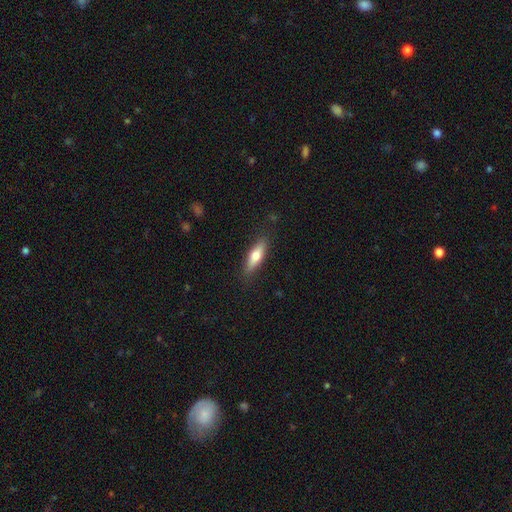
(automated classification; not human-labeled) smooth-or-featured: smooth: 66% | featured or disk: 27% | star or artifact: 6%
  how-rounded: cigar-shaped: 55% | in between: 43% | round: 2%
  merging: none: 85% | minor disturbance: 11% | major disturbance: 3% | merger: 1%